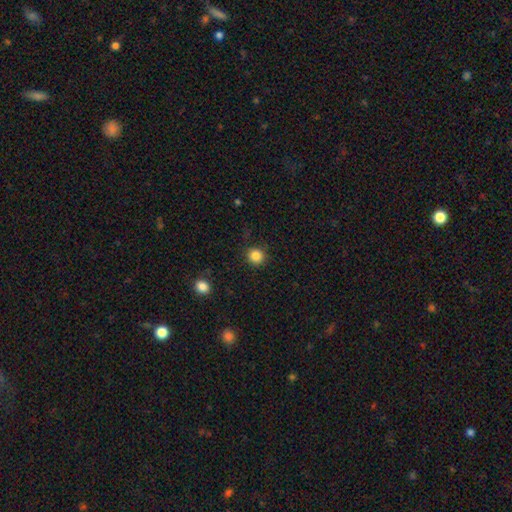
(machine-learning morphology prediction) This is clearly a smooth galaxy (85%). How rounded: clearly round (90%). Merging: clearly none (89%).